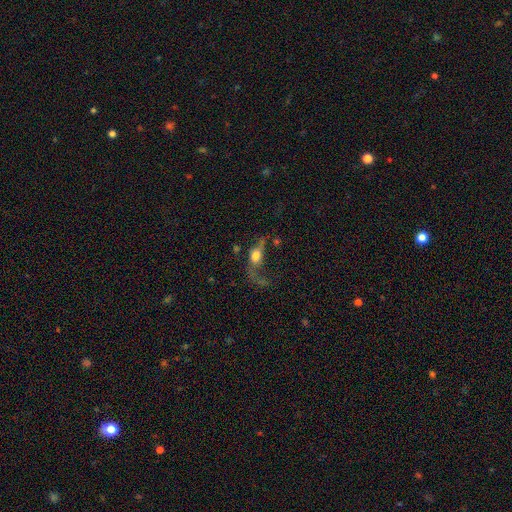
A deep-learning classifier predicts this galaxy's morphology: smooth 50%, featured or disk 40%, star or artifact 11%. Down the decision tree: merging — major disturbance (53%).